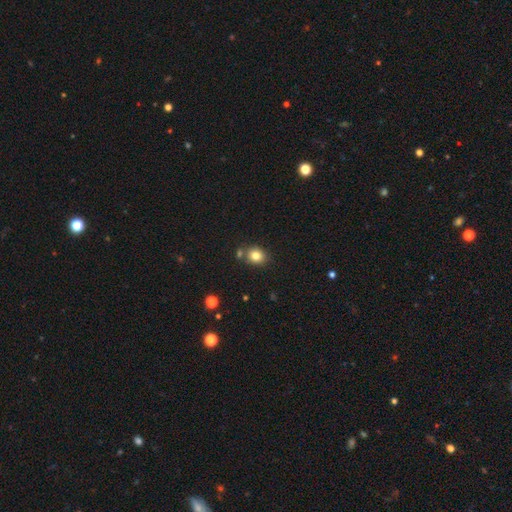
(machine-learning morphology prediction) Q: Smooth or featured?
A: smooth (81%); runner-up: star or artifact (11%)
Q: How rounded?
A: round (68%); runner-up: in between (31%)
Q: Merging?
A: none (73%); runner-up: merger (13%)